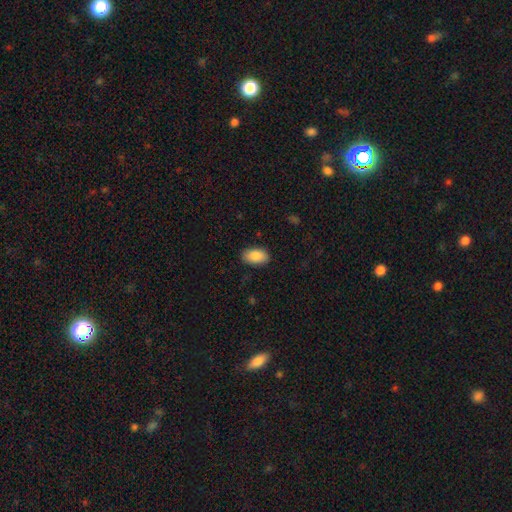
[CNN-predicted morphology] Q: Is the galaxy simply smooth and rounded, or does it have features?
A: smooth — 87%.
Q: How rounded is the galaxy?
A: in between — 94%.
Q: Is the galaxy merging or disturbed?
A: none — 88%.